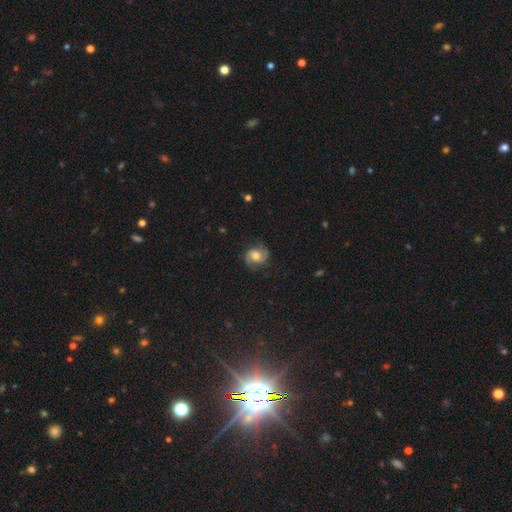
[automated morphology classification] A featured or disk galaxy (62%) with no bar (65%), 2 (89%) medium (49%) spiral arms (92%) and a moderate central bulge (58%). Merging: none (78%).